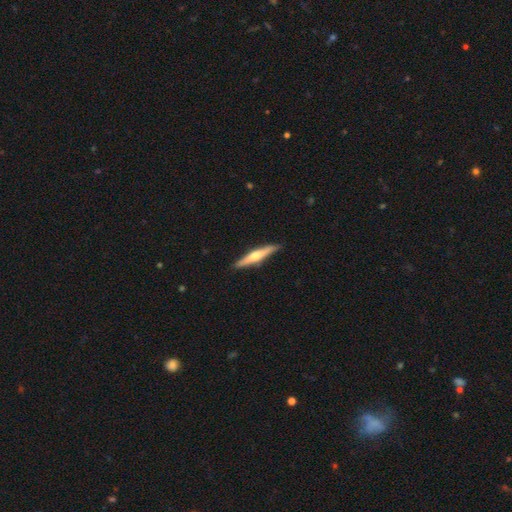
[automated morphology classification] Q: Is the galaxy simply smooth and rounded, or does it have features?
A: featured or disk — 62%.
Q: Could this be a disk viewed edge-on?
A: yes — 97%.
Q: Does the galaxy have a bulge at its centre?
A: rounded — 88%.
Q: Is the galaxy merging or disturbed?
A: none — 90%.